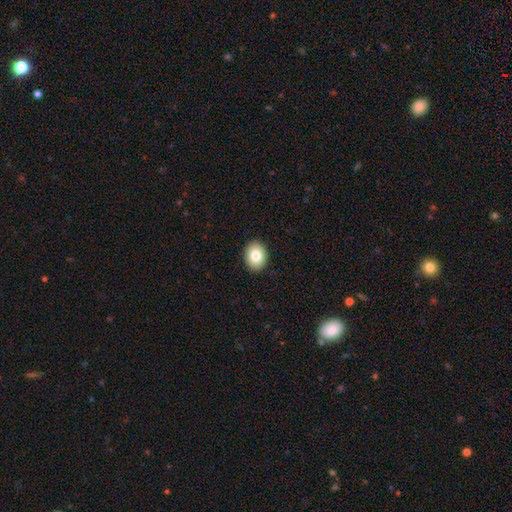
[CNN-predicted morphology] This is clearly a smooth galaxy (82%). How rounded: possibly in between (59%). Merging: clearly none (91%).